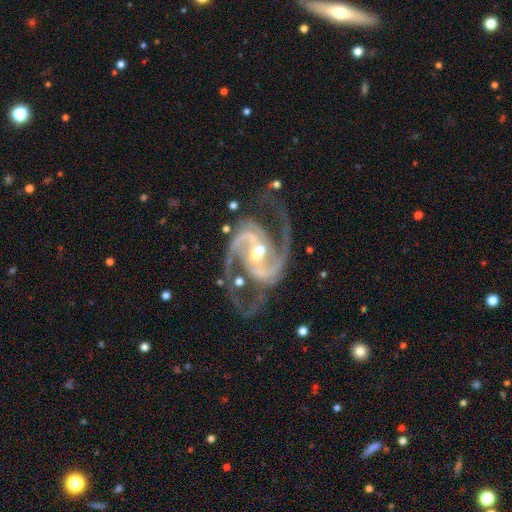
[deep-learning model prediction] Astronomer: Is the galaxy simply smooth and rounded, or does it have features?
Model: featured or disk — 94%.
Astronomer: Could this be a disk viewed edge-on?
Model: no — 98%.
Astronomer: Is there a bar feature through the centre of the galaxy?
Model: strong — 44% (runner-up: weak, 39%).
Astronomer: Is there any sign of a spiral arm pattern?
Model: yes — 99%.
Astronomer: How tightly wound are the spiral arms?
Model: medium — 67%.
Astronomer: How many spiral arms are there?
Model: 2 — 90%.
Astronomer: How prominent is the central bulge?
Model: moderate — 51% (runner-up: small, 44%).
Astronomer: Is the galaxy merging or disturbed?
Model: none — 68%.